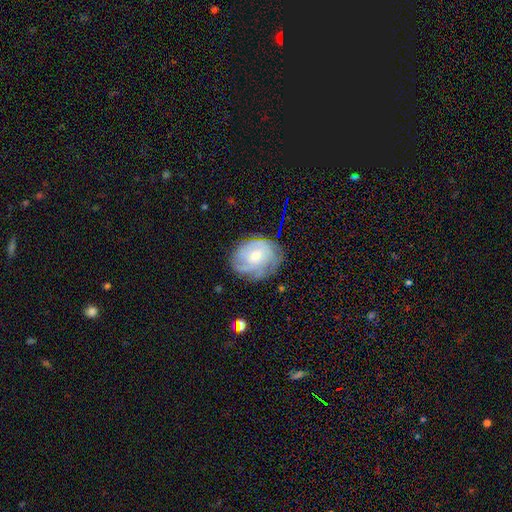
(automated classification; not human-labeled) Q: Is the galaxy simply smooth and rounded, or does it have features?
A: featured or disk — 71%.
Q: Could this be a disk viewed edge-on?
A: no — 96%.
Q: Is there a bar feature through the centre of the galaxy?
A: no — 74%.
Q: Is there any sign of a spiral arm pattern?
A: yes — 90%.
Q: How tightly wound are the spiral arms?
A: tight — 65%.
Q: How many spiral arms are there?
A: can't tell — 44%.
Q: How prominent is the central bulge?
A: small — 52%.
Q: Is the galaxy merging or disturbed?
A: none — 74%.